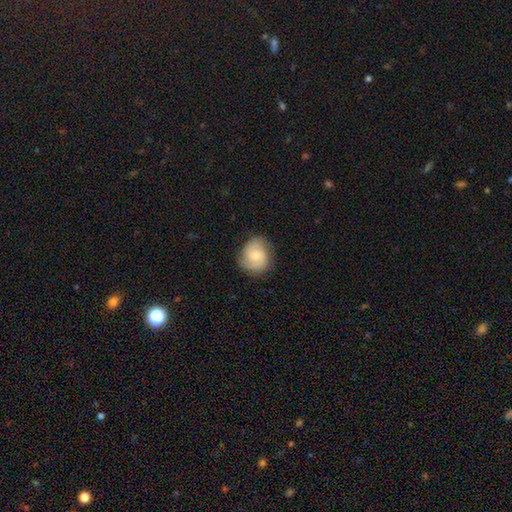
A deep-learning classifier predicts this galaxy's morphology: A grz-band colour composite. It shows a featured or disk galaxy (50%). Merging: none (78%).